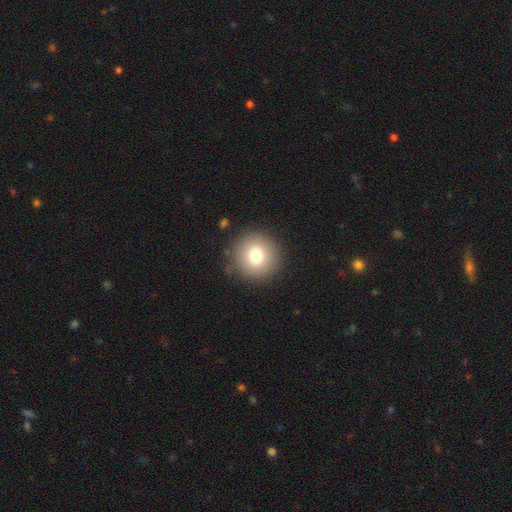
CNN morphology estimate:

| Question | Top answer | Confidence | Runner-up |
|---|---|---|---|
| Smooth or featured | smooth | 77% | featured or disk (12%) |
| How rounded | round | 93% | in between (6%) |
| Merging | none | 89% | minor disturbance (7%) |